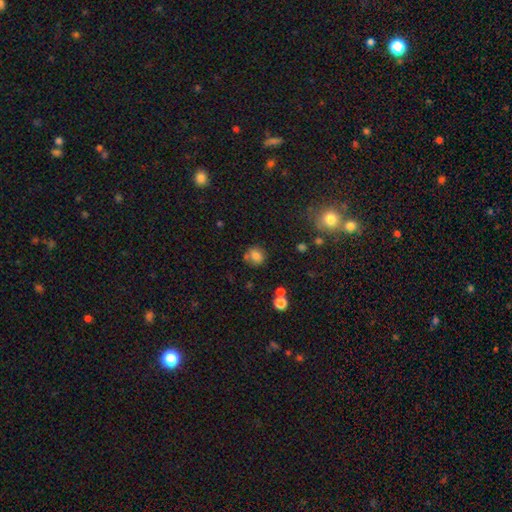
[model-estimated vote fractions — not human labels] Smooth or featured? Predicted: smooth (p=0.79). How rounded? Predicted: round (p=0.75). Merging? Predicted: none (p=0.71).